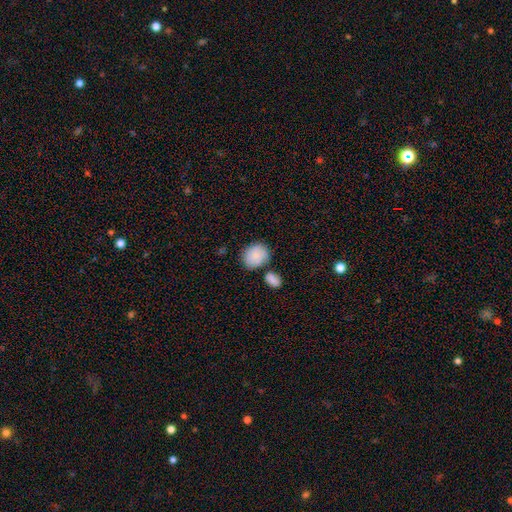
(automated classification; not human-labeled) Smooth or featured? smooth (86%)
How rounded? round (52%)
Merging? none (63%)